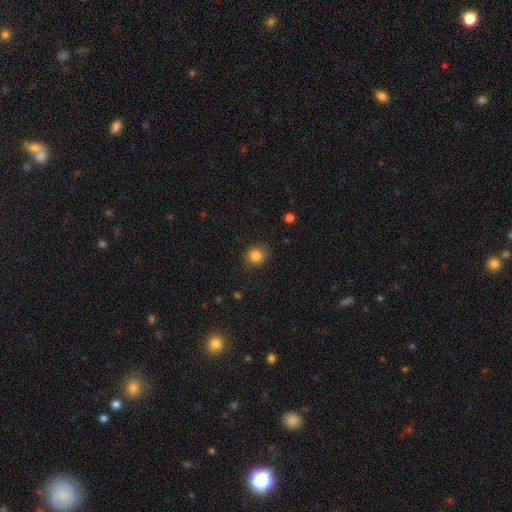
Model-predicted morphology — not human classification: A smooth galaxy with no disk features (84%) that is round (79%).

Vote fractions:
- Smooth or featured? smooth: 84% / star or artifact: 11% / featured or disk: 5%
- How rounded? round: 79% / in between: 20% / cigar-shaped: 1%
- Merging? none: 84% / minor disturbance: 11% / major disturbance: 3% / merger: 1%